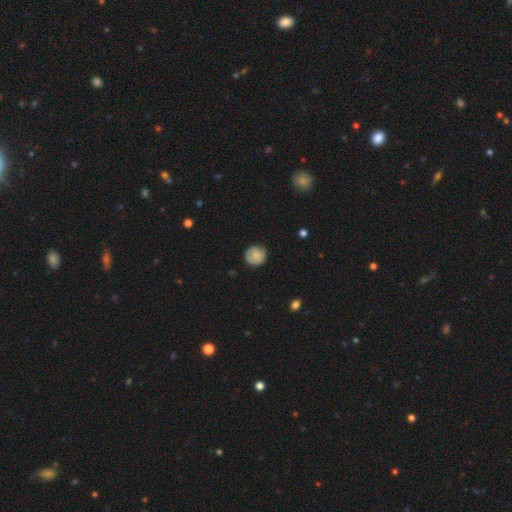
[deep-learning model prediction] Smooth or featured? smooth (74%)
How rounded? round (90%)
Merging? none (78%)